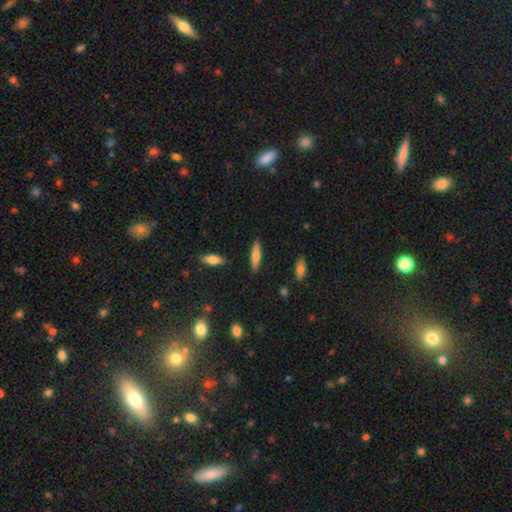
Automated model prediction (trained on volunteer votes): Smooth or featured?
  - smooth: 67% *
  - featured or disk: 27%
  - star or artifact: 7%
How rounded?
  - cigar-shaped: 72% *
  - in between: 26%
  - round: 2%
Merging?
  - none: 87% *
  - minor disturbance: 9%
  - merger: 2%
  - major disturbance: 2%